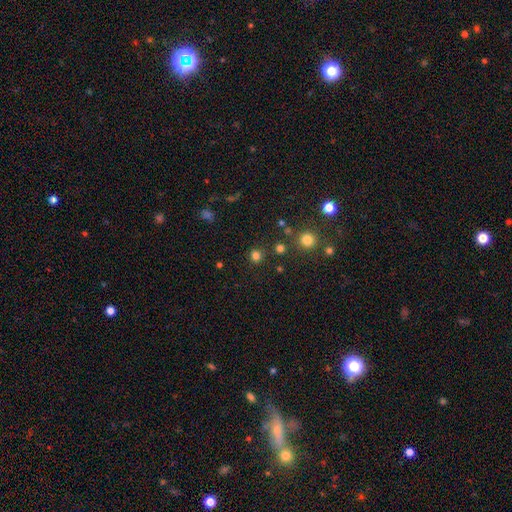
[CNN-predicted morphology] Overall: smooth (76%). How rounded: round (91%). Merging: none (86%).